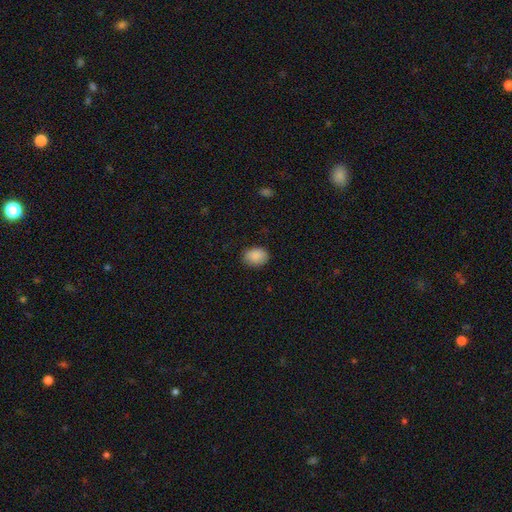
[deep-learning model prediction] Smooth or featured: smooth — 89% (star or artifact — 8%)
How rounded: in between — 67% (round — 32%)
Merging: none — 84% (minor disturbance — 13%)